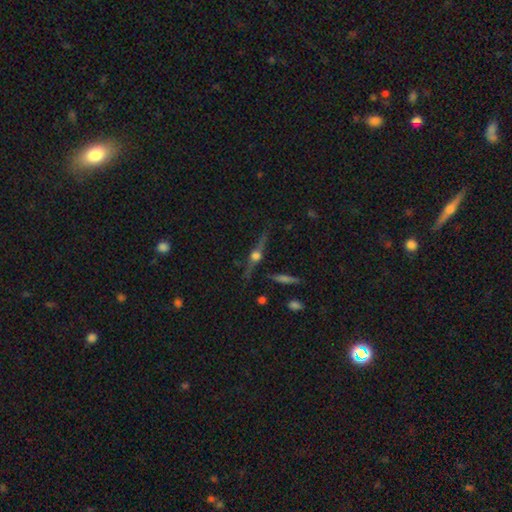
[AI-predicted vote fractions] The model was most divided on "smooth or featured": featured or disk: 74%, smooth: 13%, star or artifact: 13%. More confident: edge-on disk — yes (96%); edge-on bulge — rounded (95%); merging — none (83%).